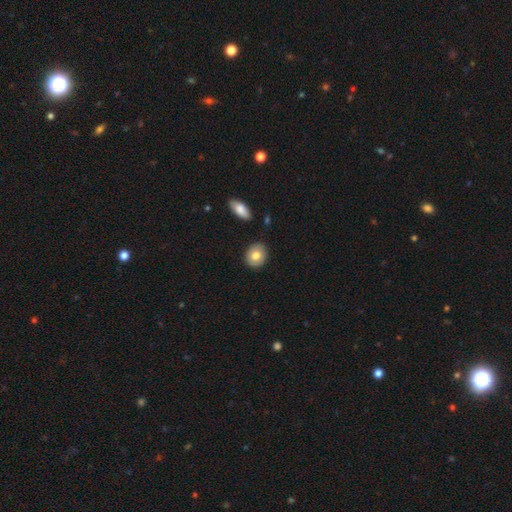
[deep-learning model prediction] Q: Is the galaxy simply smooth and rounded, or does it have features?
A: smooth — 77%.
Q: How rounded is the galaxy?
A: round — 62%.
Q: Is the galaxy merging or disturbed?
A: none — 87%.